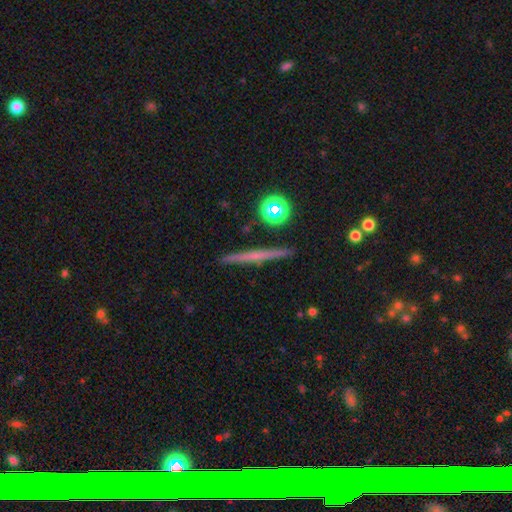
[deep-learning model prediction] featured or disk 55%, smooth 36%, star or artifact 8%. Down the decision tree: edge-on disk — yes (97%); edge-on bulge — none (75%); merging — none (91%).